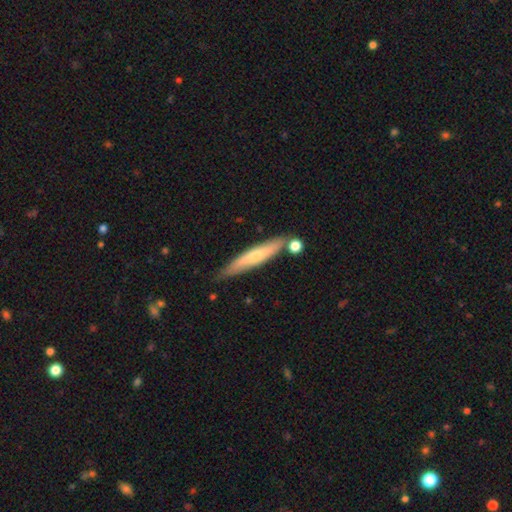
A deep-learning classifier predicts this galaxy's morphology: type=smooth (50%); roundness=cigar-shaped (91%); merging=none (75%).